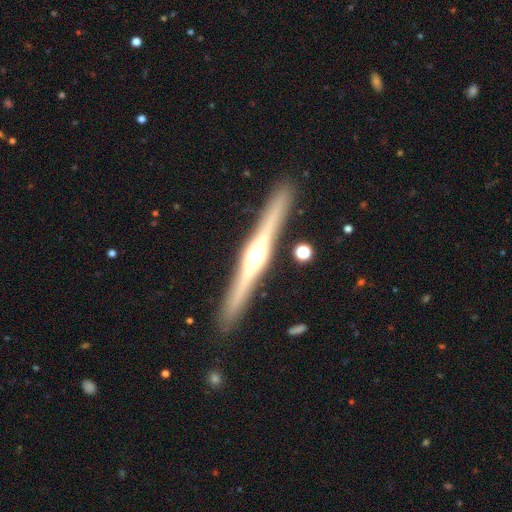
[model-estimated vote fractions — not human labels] Overall: featured or disk (80%). Edge-on disk: yes (98%). Edge-on bulge: rounded (88%). Merging: none (90%).